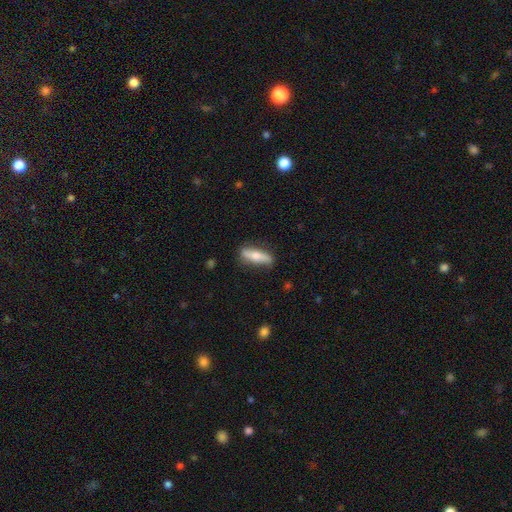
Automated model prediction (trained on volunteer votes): Q: Smooth or featured?
A: smooth (56%); runner-up: featured or disk (39%)
Q: How rounded?
A: cigar-shaped (64%); runner-up: in between (33%)
Q: Merging?
A: none (80%); runner-up: minor disturbance (15%)